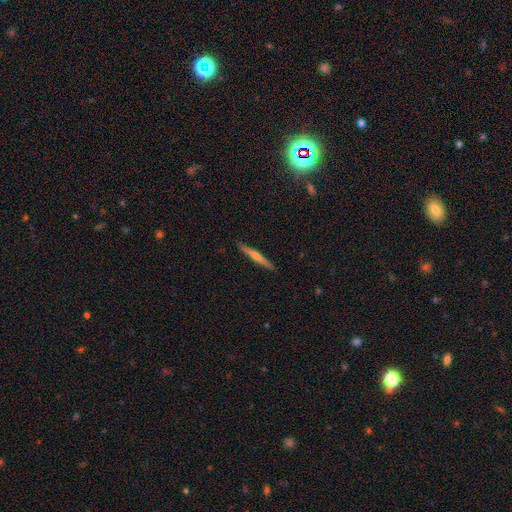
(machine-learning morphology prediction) type=featured or disk (61%); edge-on=yes (98%); edge-on bulge=rounded (65%); merging=none (91%).